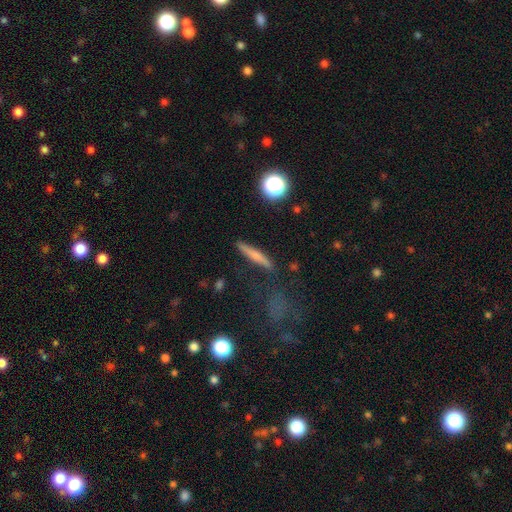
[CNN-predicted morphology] A smooth galaxy with no disk features (57%) that is cigar-shaped (88%).

Vote fractions:
- Smooth or featured? smooth: 57% / featured or disk: 33% / star or artifact: 10%
- How rounded? cigar-shaped: 88% / in between: 8% / round: 4%
- Merging? none: 83% / minor disturbance: 11% / major disturbance: 3% / merger: 3%